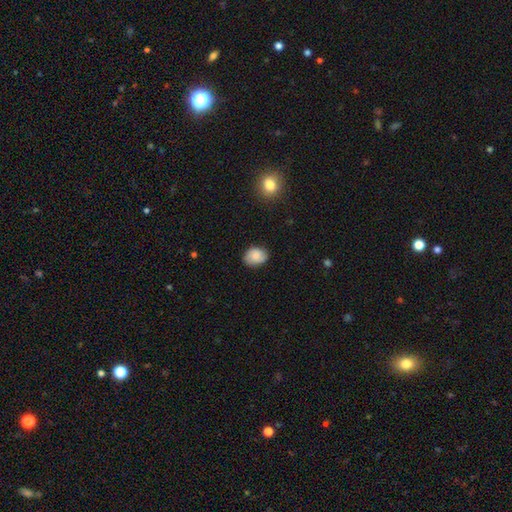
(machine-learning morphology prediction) Smooth or featured? Predicted: smooth (p=0.80). How rounded? Predicted: in between (p=0.53). Merging? Predicted: none (p=0.80).